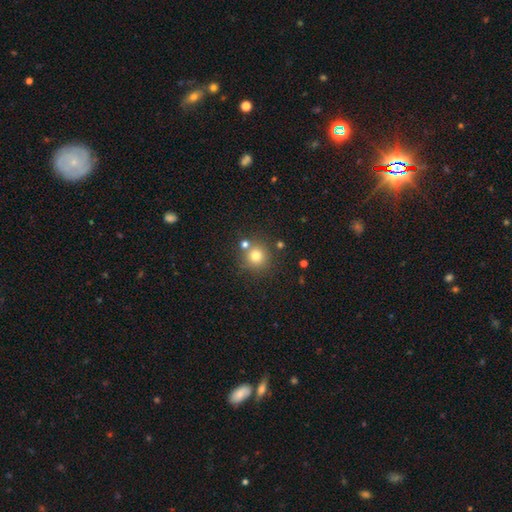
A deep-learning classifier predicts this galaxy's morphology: Smooth or featured? Predicted: smooth (p=0.76). How rounded? Predicted: round (p=0.92). Merging? Predicted: none (p=0.73).